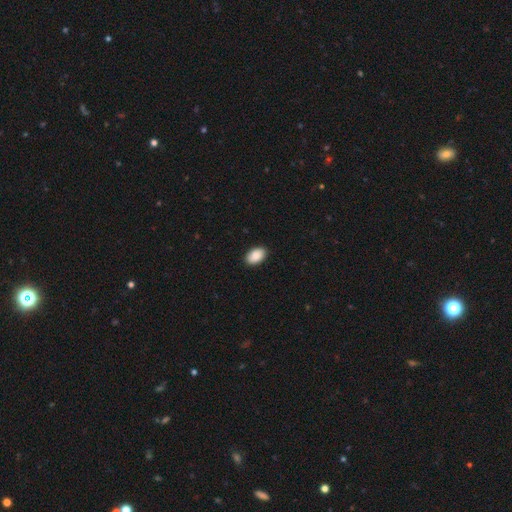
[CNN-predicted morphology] Overall: smooth (90%). How rounded: in between (92%). Merging: none (90%).